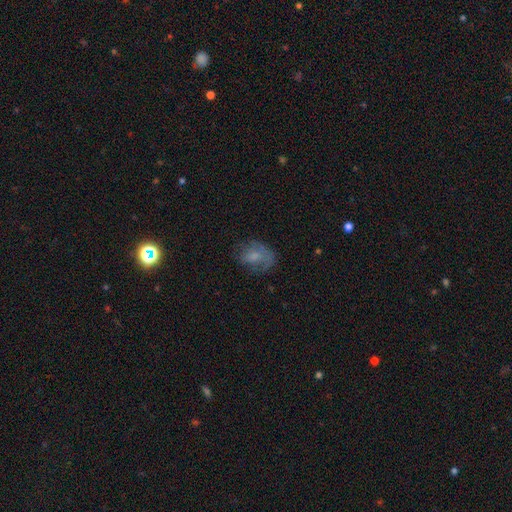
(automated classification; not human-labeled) Q: Smooth or featured?
A: smooth (54%); runner-up: featured or disk (34%)
Q: How rounded?
A: in between (68%); runner-up: round (31%)
Q: Merging?
A: none (47%); runner-up: minor disturbance (26%)